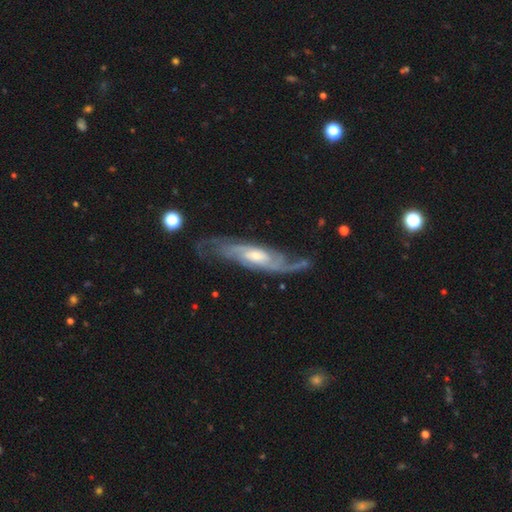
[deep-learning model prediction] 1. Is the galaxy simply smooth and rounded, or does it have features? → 86% featured or disk, 9% smooth, 5% star or artifact.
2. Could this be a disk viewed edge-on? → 81% no, 19% yes.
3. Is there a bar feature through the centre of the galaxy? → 51% no, 38% weak, 11% strong.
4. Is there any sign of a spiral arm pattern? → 96% yes, 4% no.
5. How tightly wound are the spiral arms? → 44% medium, 37% tight, 19% loose.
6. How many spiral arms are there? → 52% 2, 24% can't tell, 12% 3, 5% 4, 4% 1, 3% more than 4.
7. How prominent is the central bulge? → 51% moderate, 39% small, 6% large, 3% none, 1% dominant.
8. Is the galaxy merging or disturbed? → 66% none, 20% minor disturbance, 12% major disturbance, 3% merger.